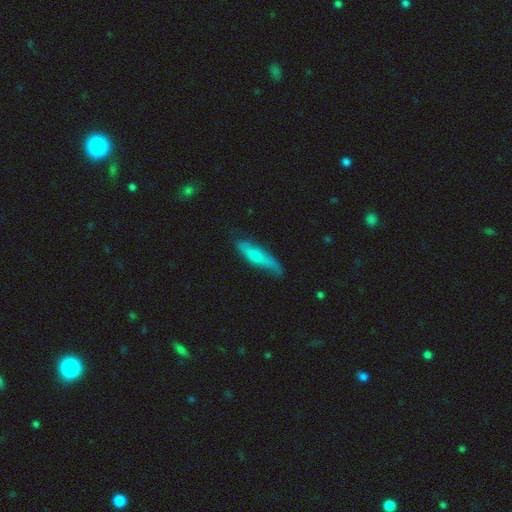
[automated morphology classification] Smooth or featured?
  - smooth: 57% *
  - featured or disk: 37%
  - star or artifact: 6%
How rounded?
  - cigar-shaped: 70% *
  - in between: 27%
  - round: 2%
Merging?
  - none: 66% *
  - minor disturbance: 26%
  - major disturbance: 6%
  - merger: 2%